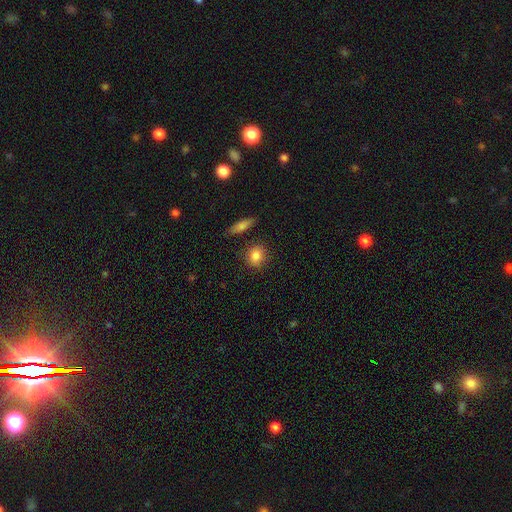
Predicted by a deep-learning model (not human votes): The model was most divided on "how rounded": round: 65%, in between: 32%, cigar-shaped: 3%. More confident: smooth or featured — smooth (85%); merging — none (83%).